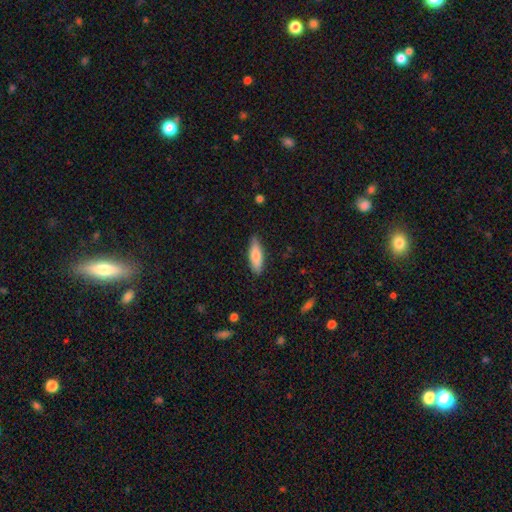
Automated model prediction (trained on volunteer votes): Morphology: type=smooth (76%); roundness=in between (59%); merging=none (84%).